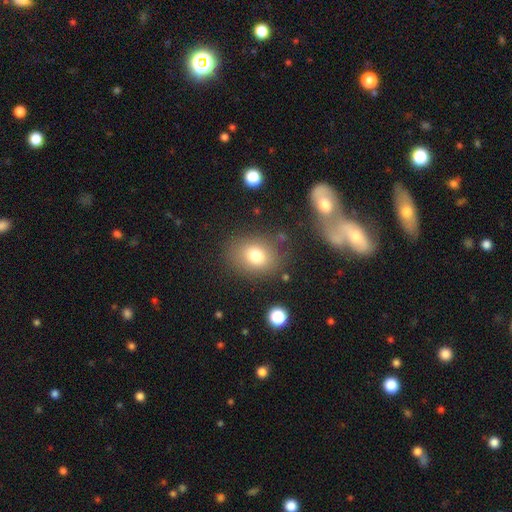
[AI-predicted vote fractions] Overall: smooth (76%). How rounded: in between (54%; round 45%). Merging: none (79%).